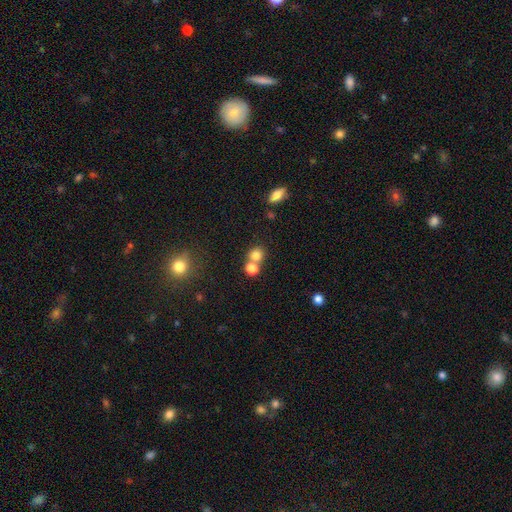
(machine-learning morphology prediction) A smooth galaxy with no disk features (78%) that is round (83%).

Vote fractions:
- Smooth or featured? smooth: 78% / star or artifact: 14% / featured or disk: 8%
- How rounded? round: 83% / in between: 16% / cigar-shaped: 1%
- Merging? none: 51% / merger: 39% / minor disturbance: 7% / major disturbance: 3%